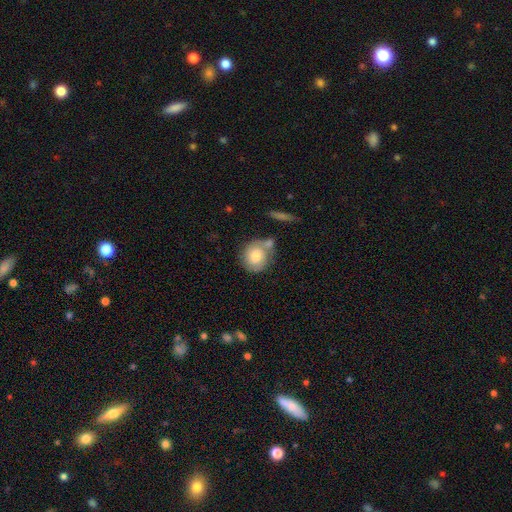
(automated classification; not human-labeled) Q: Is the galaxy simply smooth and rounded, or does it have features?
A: smooth — 58%.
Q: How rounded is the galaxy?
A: round — 79%.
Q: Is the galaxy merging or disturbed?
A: none — 50%.